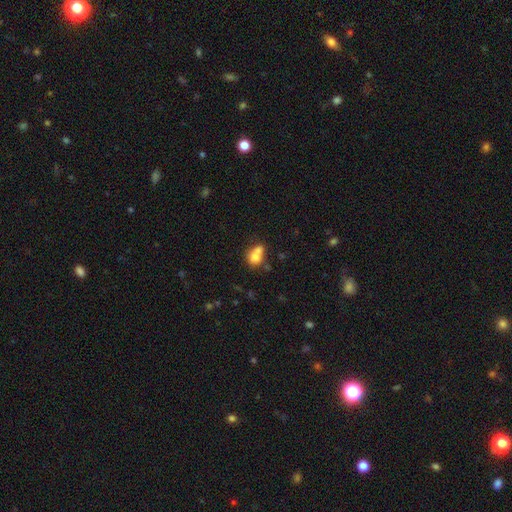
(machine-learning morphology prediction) Smooth or featured: smooth — 71% (featured or disk — 18%)
How rounded: round — 57% (in between — 41%)
Merging: merger — 59% (none — 26%)